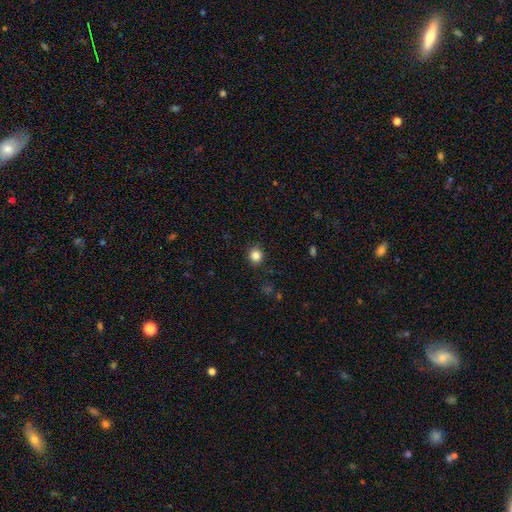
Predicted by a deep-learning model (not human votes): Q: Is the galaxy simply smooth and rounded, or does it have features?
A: smooth — 85%.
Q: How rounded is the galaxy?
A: round — 86%.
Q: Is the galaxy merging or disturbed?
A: none — 89%.